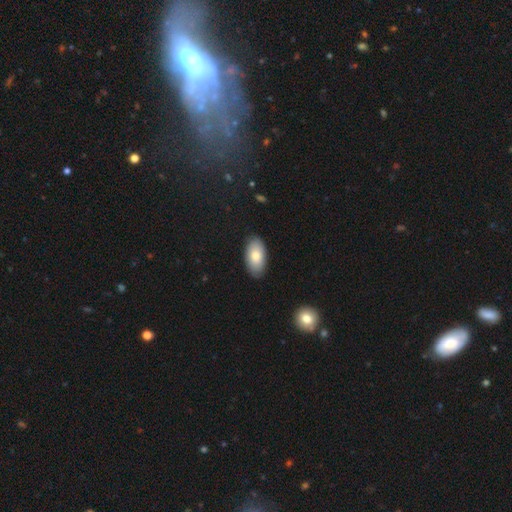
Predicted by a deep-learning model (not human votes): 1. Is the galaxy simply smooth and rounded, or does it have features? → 78% smooth, 16% featured or disk, 6% star or artifact.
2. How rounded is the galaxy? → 95% in between, 3% round, 2% cigar-shaped.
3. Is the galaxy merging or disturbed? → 86% none, 11% minor disturbance, 2% major disturbance, 1% merger.